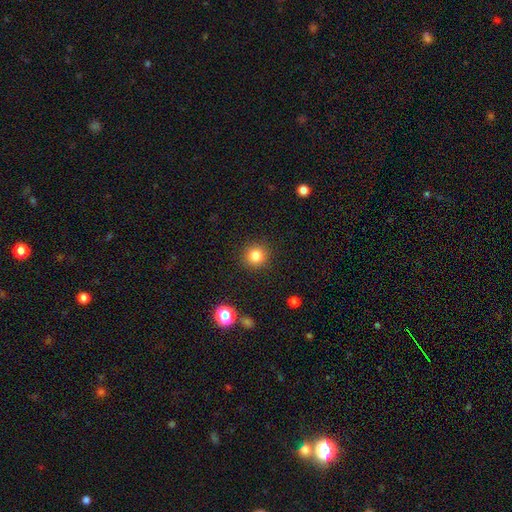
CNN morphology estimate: Smooth or featured? Predicted: smooth (p=0.84). How rounded? Predicted: round (p=0.92). Merging? Predicted: none (p=0.90).